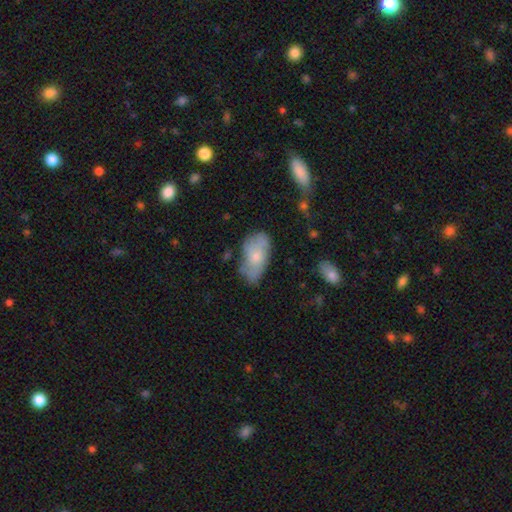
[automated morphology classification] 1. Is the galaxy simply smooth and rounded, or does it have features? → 57% smooth, 36% featured or disk, 7% star or artifact.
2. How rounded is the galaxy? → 92% in between, 4% round, 4% cigar-shaped.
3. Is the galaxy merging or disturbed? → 58% none, 30% minor disturbance, 9% major disturbance, 3% merger.